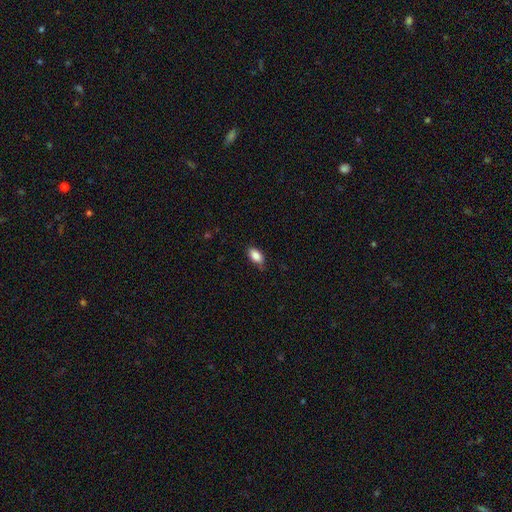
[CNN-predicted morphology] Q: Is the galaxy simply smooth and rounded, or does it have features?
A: smooth — 86%.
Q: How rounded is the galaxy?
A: in between — 91%.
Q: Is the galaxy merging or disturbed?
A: none — 76%.